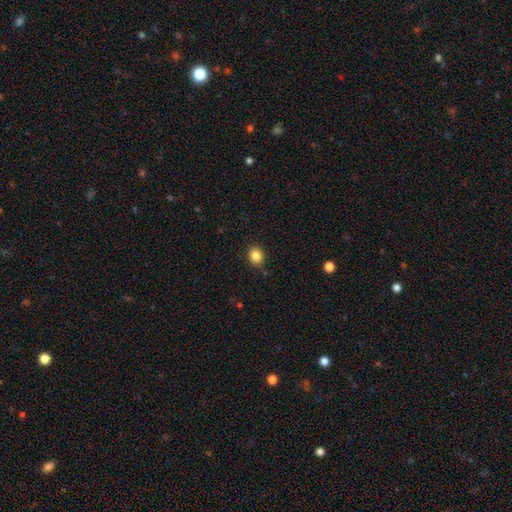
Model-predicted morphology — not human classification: This appears to be a smooth galaxy with no disk features (85%) that is round (62%). Merging: none (87%).